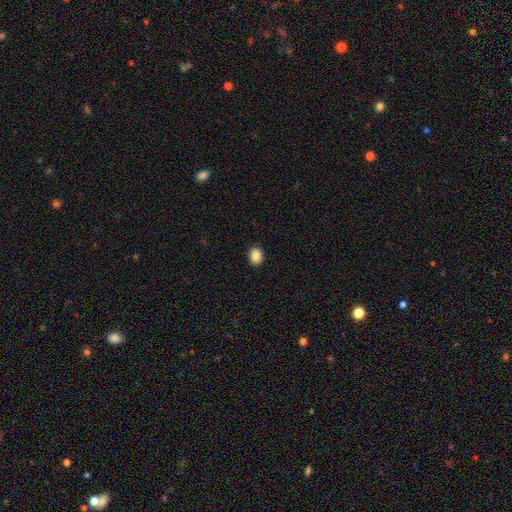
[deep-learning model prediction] Overall: smooth (88%). How rounded: in between (56%; round 43%). Merging: none (90%).